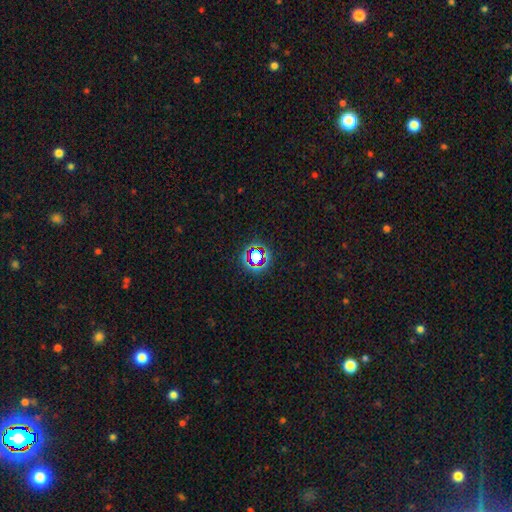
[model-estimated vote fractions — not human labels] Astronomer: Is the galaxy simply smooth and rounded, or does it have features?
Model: star or artifact — 66%.